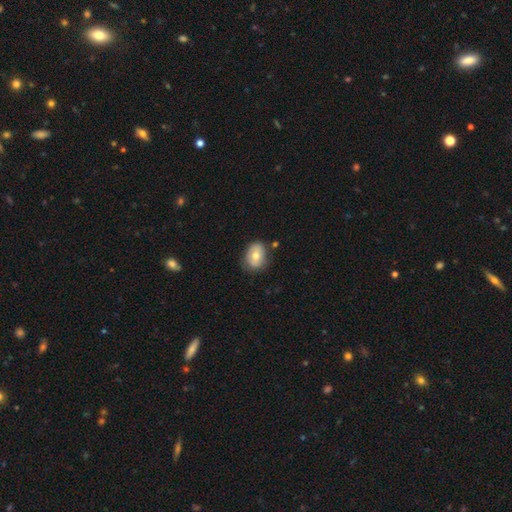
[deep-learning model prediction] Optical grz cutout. It shows a smooth galaxy with no disk features (67%) that is in between round and cigar-shaped (63%). Merging: none (73%).